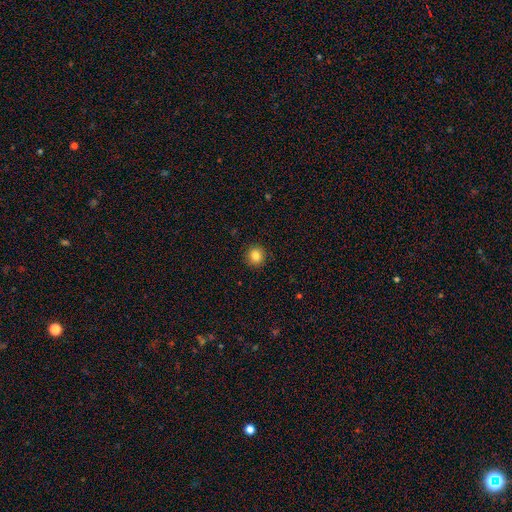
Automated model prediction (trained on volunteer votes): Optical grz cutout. It shows a smooth galaxy with no disk features (84%) that is round (91%). Merging: none (92%).